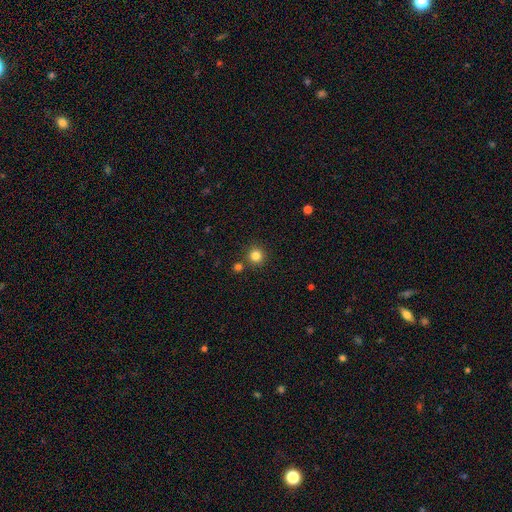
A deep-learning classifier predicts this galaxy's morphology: Smooth or featured? smooth (83%)
How rounded? round (94%)
Merging? none (83%)